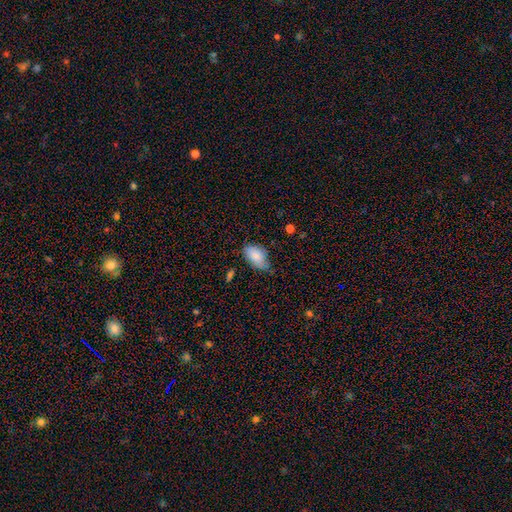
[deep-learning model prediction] Smooth or featured? smooth (84%)
How rounded? in between (92%)
Merging? none (52%)